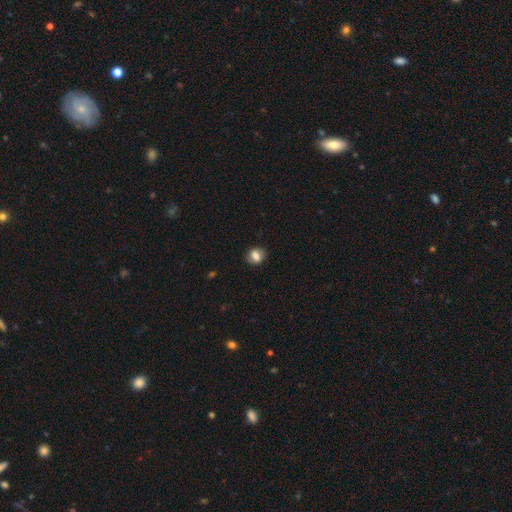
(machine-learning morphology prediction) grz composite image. It shows a smooth galaxy with no disk features (78%) that is round (52%). Merging: none (81%).